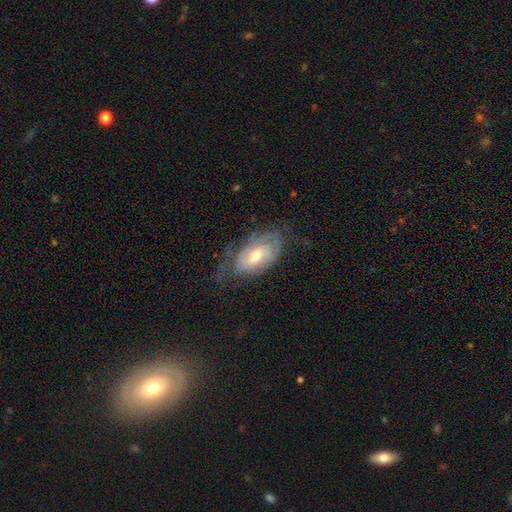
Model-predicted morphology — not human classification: This is likely a featured or disk galaxy (71%). It is clearly not viewed edge-on (93%). Bar: possibly no (51%). Spiral arm pattern: clearly yes (84%). Spiral arm count: possibly can't tell (46%). Spiral winding: possibly tight (57%). Central bulge: likely moderate (64%). Merging: possibly none (53%).